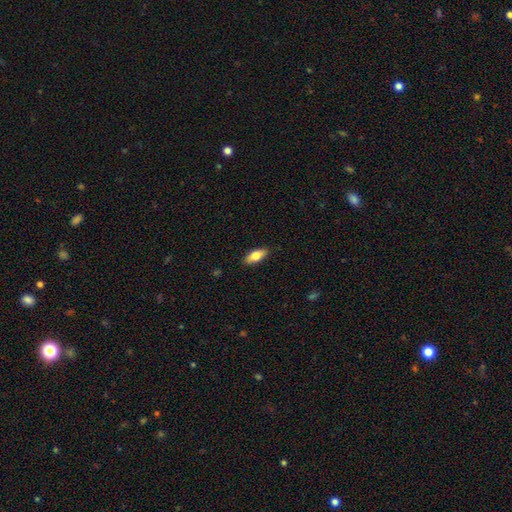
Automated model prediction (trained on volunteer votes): Q: Smooth or featured?
A: smooth (75%); runner-up: featured or disk (19%)
Q: How rounded?
A: in between (82%); runner-up: cigar-shaped (15%)
Q: Merging?
A: none (87%); runner-up: minor disturbance (10%)